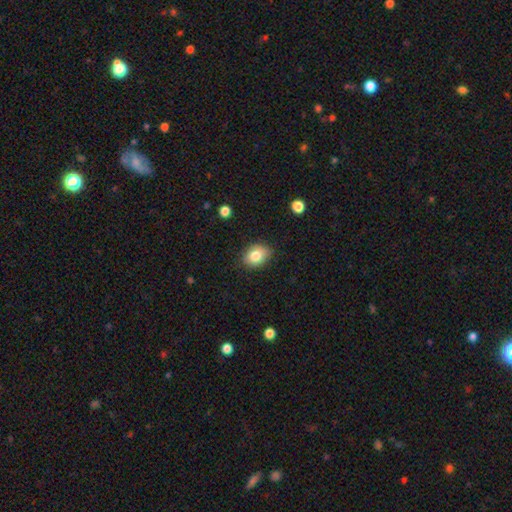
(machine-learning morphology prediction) smooth-or-featured: smooth: 82% | featured or disk: 9% | star or artifact: 9%
  how-rounded: in between: 63% | round: 36% | cigar-shaped: 1%
  merging: none: 80% | minor disturbance: 16% | major disturbance: 3% | merger: 1%